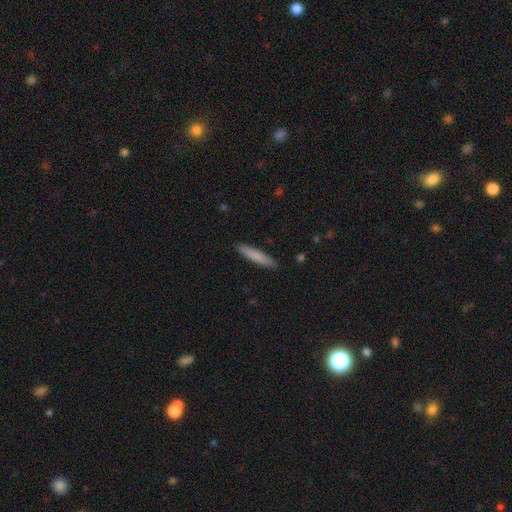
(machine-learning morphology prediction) This is clearly a smooth galaxy (81%). How rounded: clearly cigar-shaped (89%). Merging: clearly none (90%).